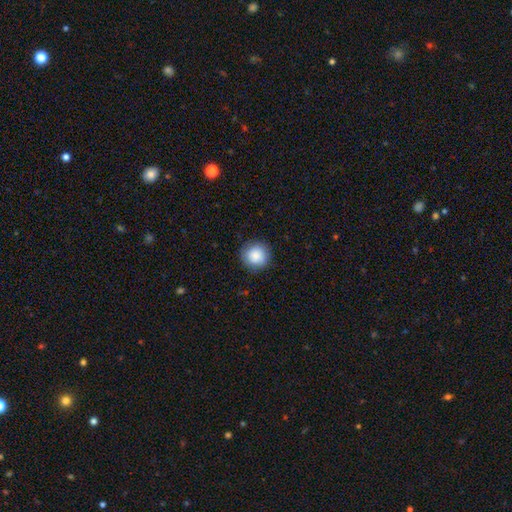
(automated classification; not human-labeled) Smooth or featured? Predicted: smooth (p=0.87). How rounded? Predicted: round (p=0.93). Merging? Predicted: none (p=0.87).